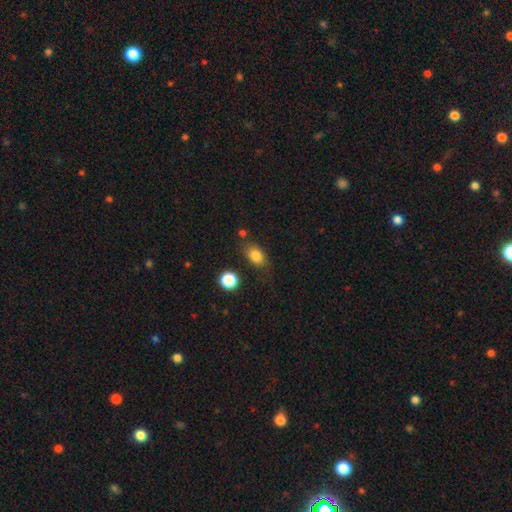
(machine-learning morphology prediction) This is clearly a smooth galaxy (83%). How rounded: likely in between (71%). Merging: likely none (71%).